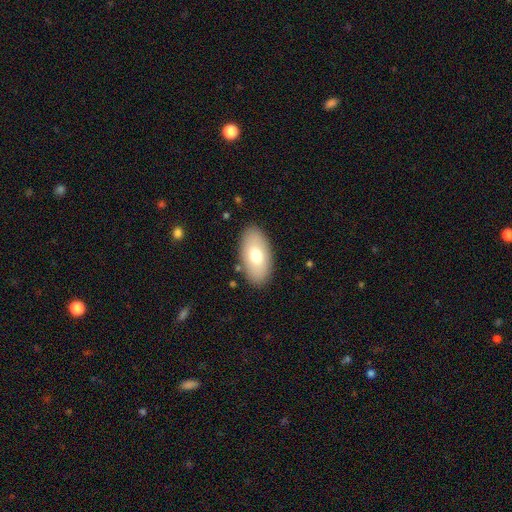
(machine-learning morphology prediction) Overall: smooth (70%). How rounded: in between (94%). Merging: none (86%).